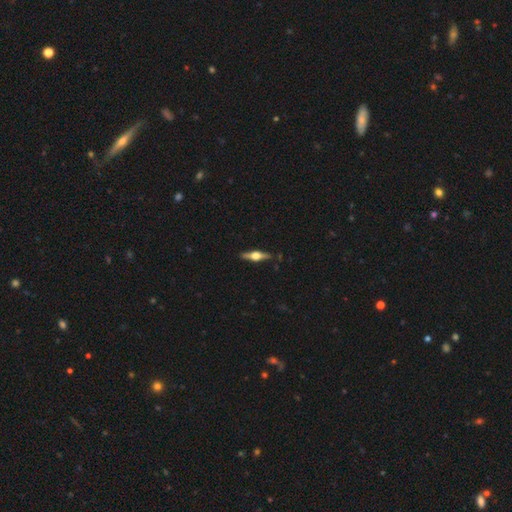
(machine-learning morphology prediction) A featured or disk galaxy (74%) viewed edge-on (97%) with a rounded central bulge (95%).

Vote fractions:
- Smooth or featured? featured or disk: 74% / smooth: 21% / star or artifact: 5%
- Edge-on disk? yes: 97% / no: 3%
- Edge-on bulge? rounded: 95% / boxy: 3% / none: 1%
- Merging? none: 89% / minor disturbance: 8% / major disturbance: 2% / merger: 1%